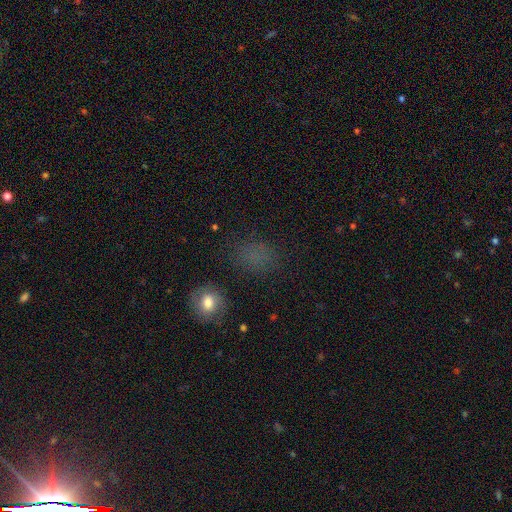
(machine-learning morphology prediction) smooth 66%, star or artifact 25%, featured or disk 8%. Down the decision tree: how rounded — in between (57%); merging — none (70%).